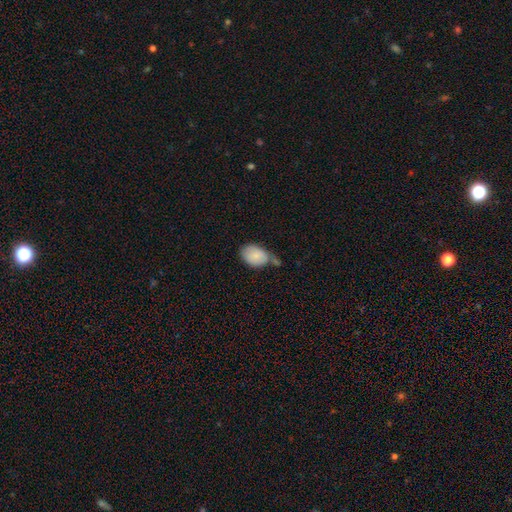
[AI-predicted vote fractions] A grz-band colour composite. It shows a smooth galaxy with no disk features (83%) that is in between round and cigar-shaped (82%). Merging: none (42%).